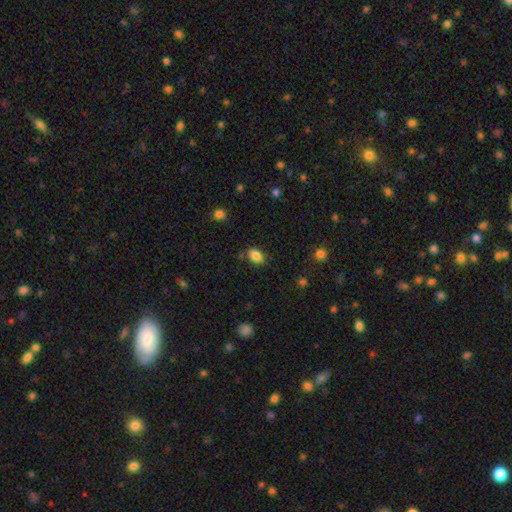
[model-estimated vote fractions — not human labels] This appears to be a smooth galaxy with no disk features (85%) that is in between round and cigar-shaped (85%). Merging: none (82%).